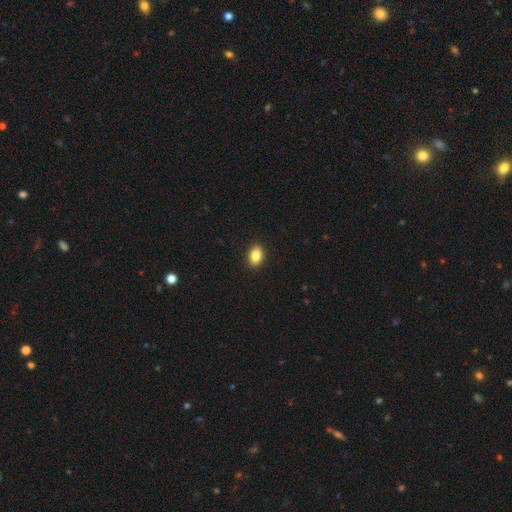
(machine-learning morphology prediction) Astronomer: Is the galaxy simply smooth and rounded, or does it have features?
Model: smooth — 86%.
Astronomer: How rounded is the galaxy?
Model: in between — 81%.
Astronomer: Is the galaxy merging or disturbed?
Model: none — 91%.